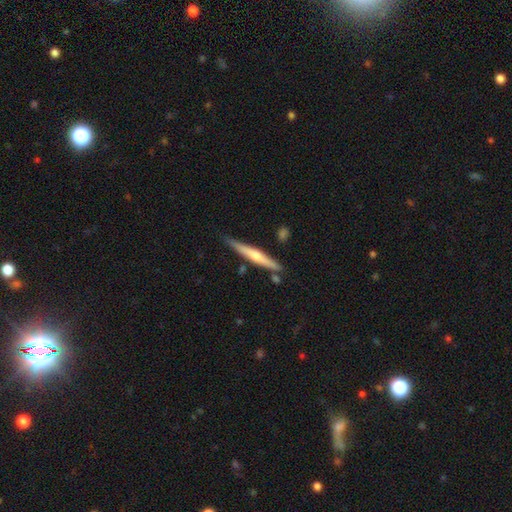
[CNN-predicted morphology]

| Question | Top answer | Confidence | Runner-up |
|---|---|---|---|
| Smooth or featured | featured or disk | 54% | smooth (41%) |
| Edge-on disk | yes | 96% | no (4%) |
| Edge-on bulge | rounded | 69% | none (24%) |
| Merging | none | 78% | minor disturbance (15%) |